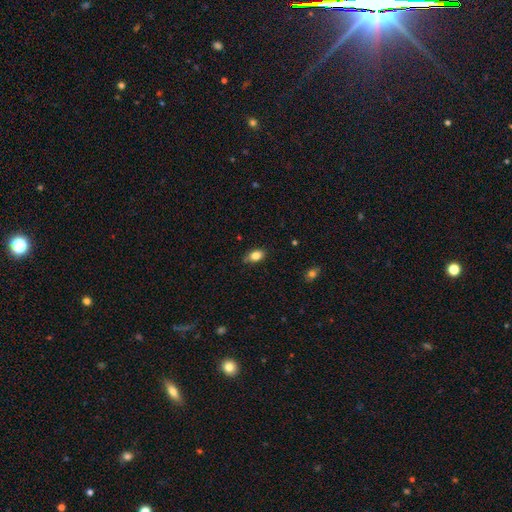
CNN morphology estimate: smooth_or_featured: smooth (p=0.84) [alt: star or artifact p=0.08]
how_rounded: in between (p=0.87) [alt: round p=0.11]
merging: none (p=0.78) [alt: minor disturbance p=0.18]